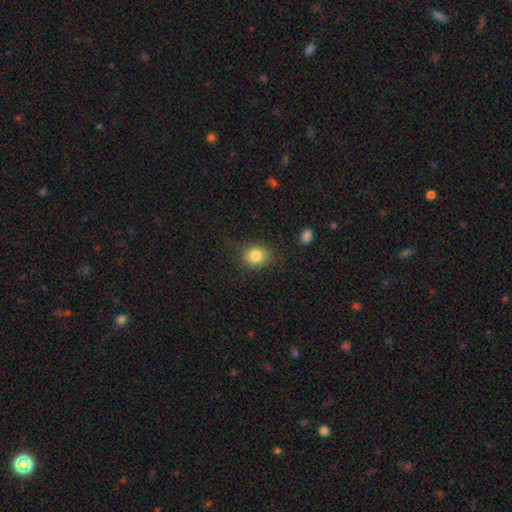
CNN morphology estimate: This is clearly a smooth galaxy (83%). How rounded: likely round (70%). Merging: clearly none (80%).